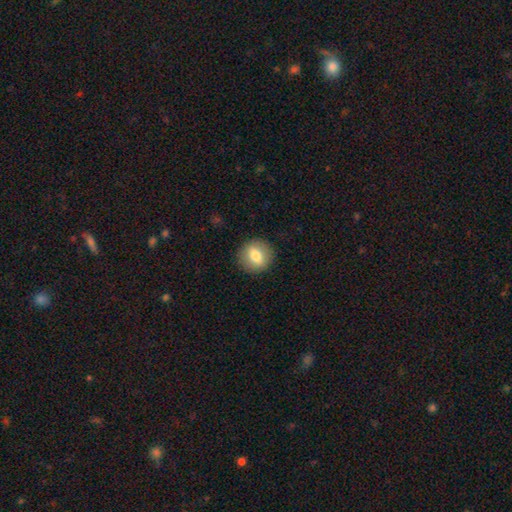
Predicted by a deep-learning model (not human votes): smooth_or_featured: smooth (p=0.72) [alt: featured or disk p=0.20]
how_rounded: round (p=0.83) [alt: in between p=0.16]
merging: none (p=0.89) [alt: minor disturbance p=0.07]